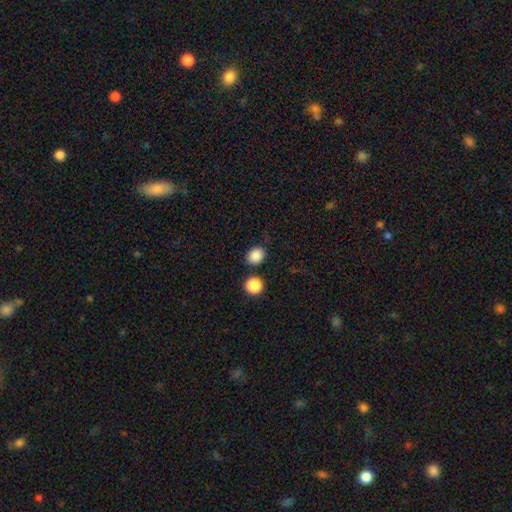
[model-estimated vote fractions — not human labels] Smooth or featured? smooth (86%)
How rounded? round (66%)
Merging? none (79%)